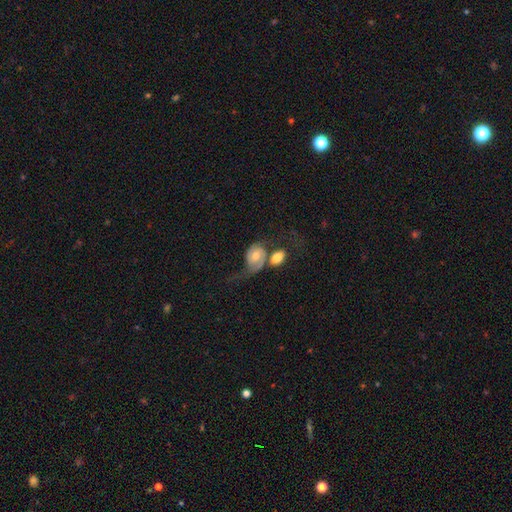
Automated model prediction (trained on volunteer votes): Smooth or featured?
  - featured or disk: 58% *
  - smooth: 35%
  - star or artifact: 7%
Edge-on disk?
  - no: 96% *
  - yes: 4%
Bar?
  - no: 77% *
  - weak: 19%
  - strong: 4%
Spiral arms?
  - yes: 81% *
  - no: 19%
Bulge size?
  - moderate: 66% *
  - small: 21%
  - large: 9%
  - none: 2%
  - dominant: 2%
Merging?
  - merger: 46% *
  - major disturbance: 22%
  - none: 19%
  - minor disturbance: 13%